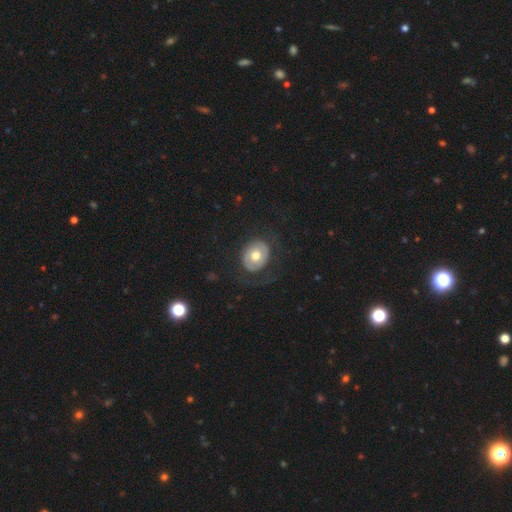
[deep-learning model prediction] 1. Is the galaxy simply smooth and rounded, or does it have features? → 50% smooth, 43% featured or disk, 6% star or artifact.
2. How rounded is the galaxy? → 53% round, 46% in between, 1% cigar-shaped.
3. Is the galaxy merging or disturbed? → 71% none, 14% minor disturbance, 14% major disturbance, 1% merger.